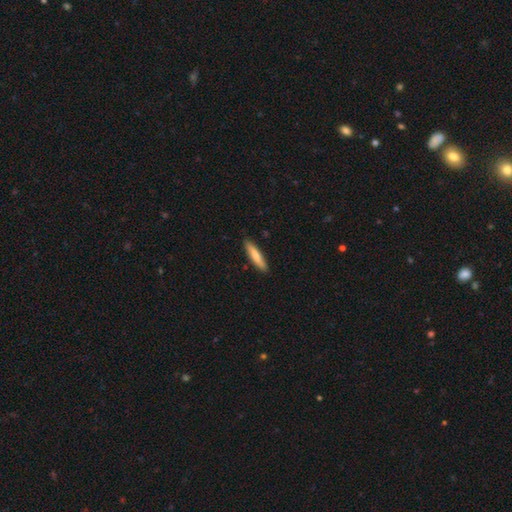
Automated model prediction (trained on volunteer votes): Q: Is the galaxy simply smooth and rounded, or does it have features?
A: smooth — 71%.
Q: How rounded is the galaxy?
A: cigar-shaped — 84%.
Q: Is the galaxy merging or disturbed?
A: none — 88%.